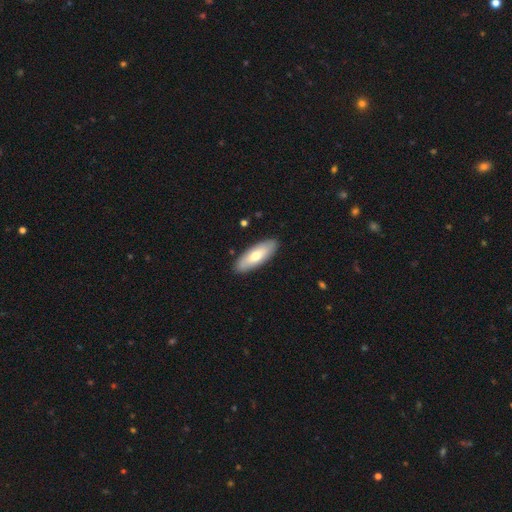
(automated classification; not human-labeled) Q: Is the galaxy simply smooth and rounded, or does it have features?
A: smooth — 67%.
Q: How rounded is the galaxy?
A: in between — 70%.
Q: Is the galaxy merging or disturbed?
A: none — 89%.